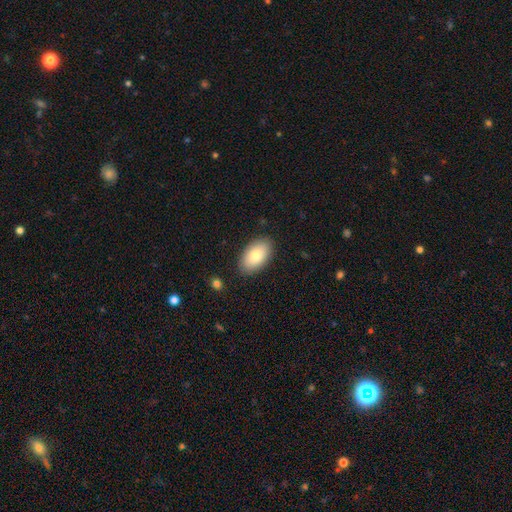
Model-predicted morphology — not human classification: Smooth or featured?
  - smooth: 79% *
  - featured or disk: 14%
  - star or artifact: 7%
How rounded?
  - in between: 94% *
  - round: 4%
  - cigar-shaped: 1%
Merging?
  - none: 87% *
  - minor disturbance: 9%
  - major disturbance: 2%
  - merger: 1%